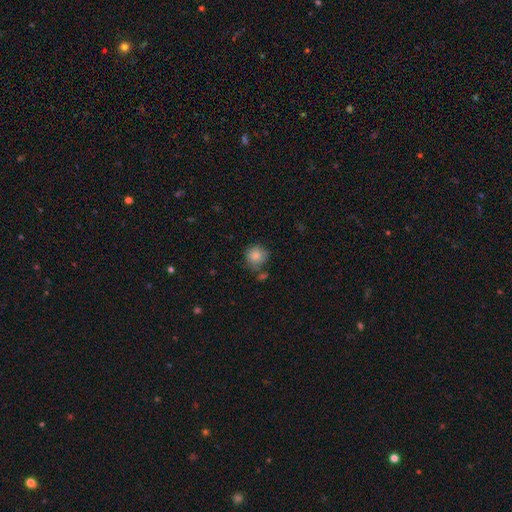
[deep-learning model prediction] This appears to be a smooth galaxy with no disk features (84%) that is round (89%). Merging: none (66%).